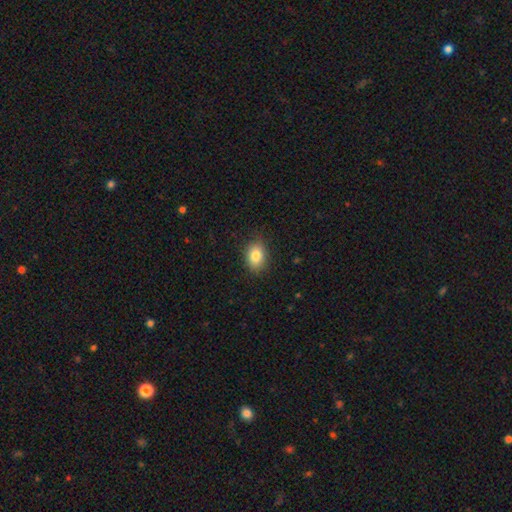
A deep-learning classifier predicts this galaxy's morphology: Overall: smooth (83%). How rounded: in between (74%). Merging: none (86%).